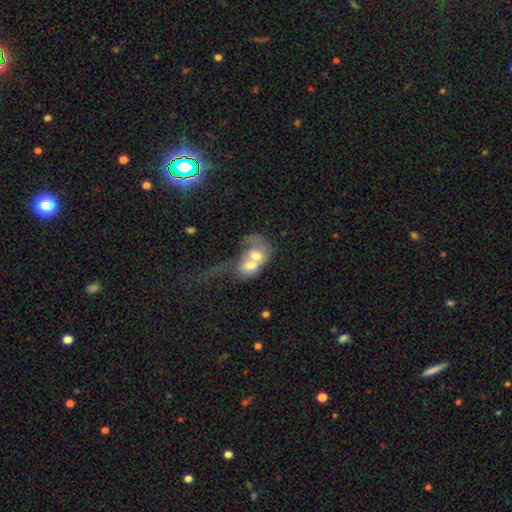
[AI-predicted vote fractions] Smooth or featured: smooth — 53% (featured or disk — 38%)
How rounded: in between — 59% (round — 39%)
Merging: merger — 79% (major disturbance — 11%)